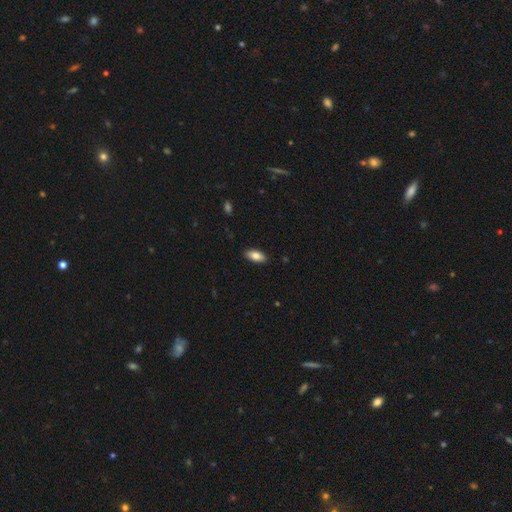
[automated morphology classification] smooth-or-featured: smooth: 83% | featured or disk: 10% | star or artifact: 7%
  how-rounded: in between: 90% | cigar-shaped: 8% | round: 2%
  merging: none: 89% | minor disturbance: 8% | major disturbance: 2% | merger: 1%